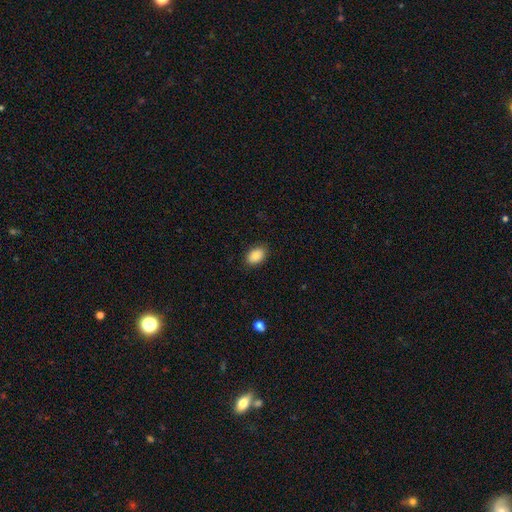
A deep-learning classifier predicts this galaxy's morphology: type=smooth (87%); roundness=in between (85%); merging=none (87%).